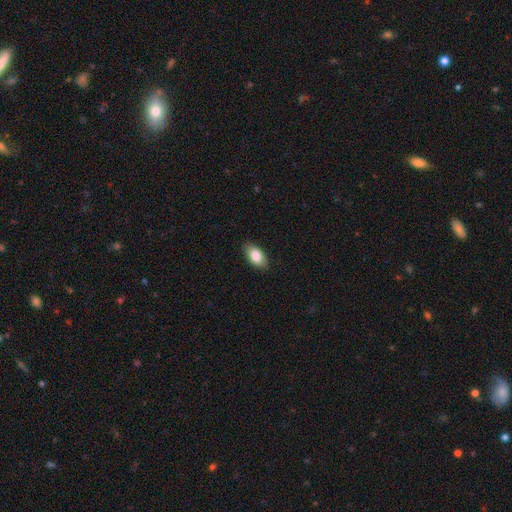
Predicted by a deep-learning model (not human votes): Morphology: type=smooth (85%); roundness=in between (93%); merging=none (85%).